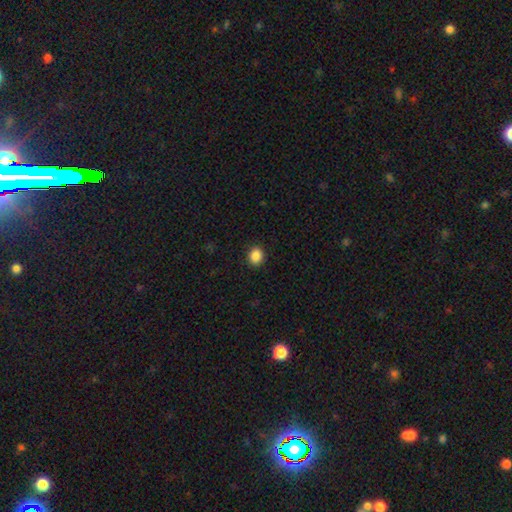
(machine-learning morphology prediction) This appears to be a smooth galaxy with no disk features (88%) that is round (69%). Merging: none (91%).